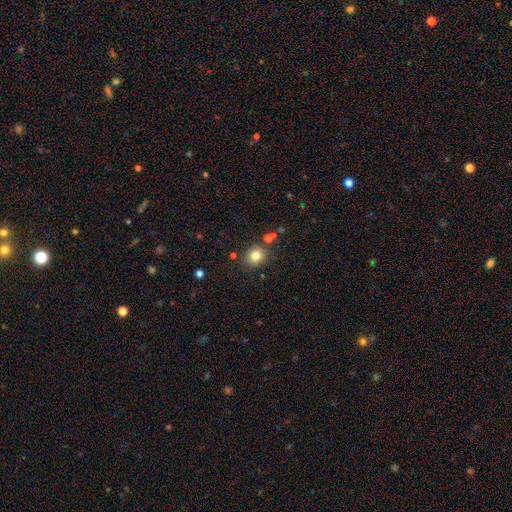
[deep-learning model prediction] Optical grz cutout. It shows a smooth galaxy with no disk features (80%) that is round (72%). Merging: none (81%).